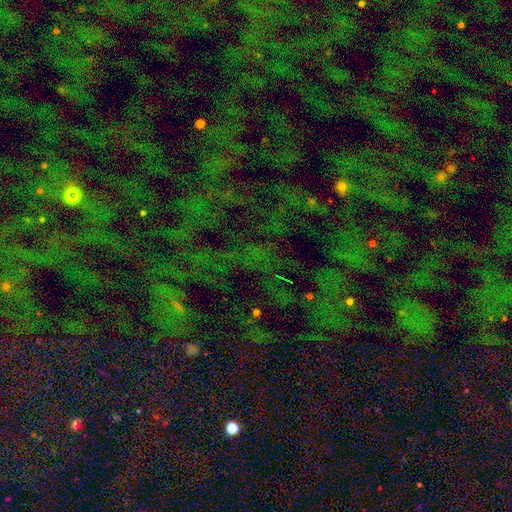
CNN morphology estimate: type=star or artifact (73%).